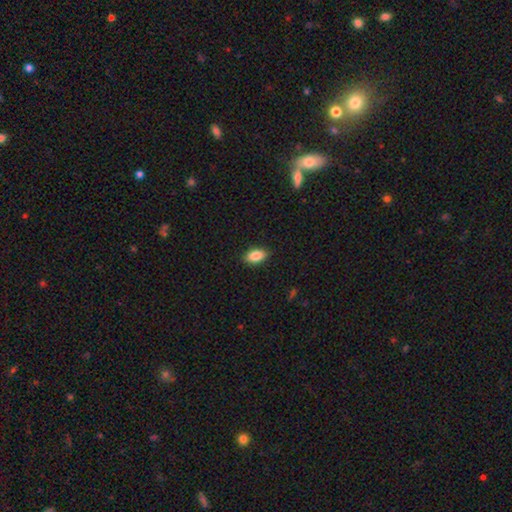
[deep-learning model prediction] This is clearly a smooth galaxy (86%). How rounded: clearly in between (90%). Merging: clearly none (88%).